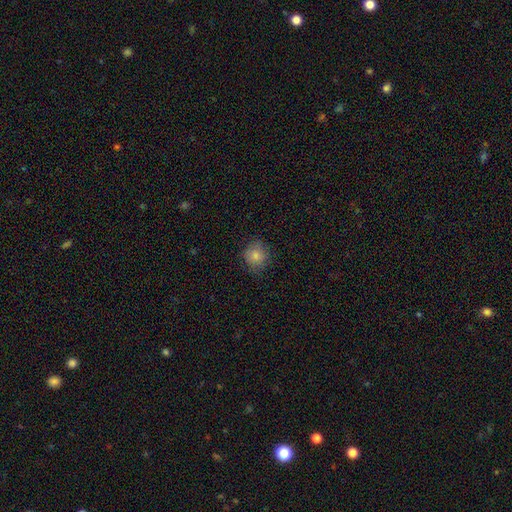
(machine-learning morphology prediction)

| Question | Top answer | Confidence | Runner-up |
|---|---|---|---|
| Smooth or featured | smooth | 82% | star or artifact (10%) |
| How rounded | round | 85% | in between (14%) |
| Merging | none | 79% | minor disturbance (16%) |